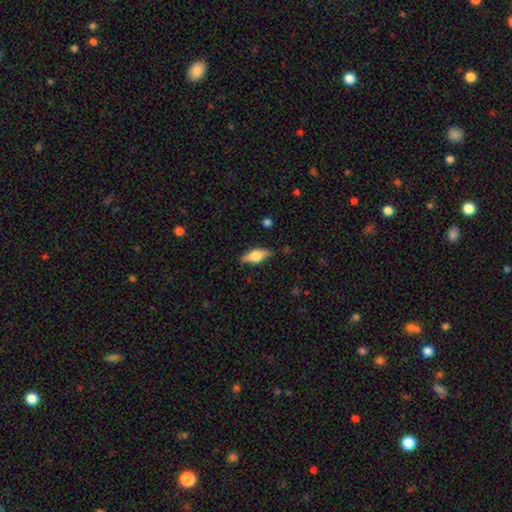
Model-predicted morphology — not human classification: Q: Smooth or featured?
A: smooth (56%); runner-up: featured or disk (38%)
Q: How rounded?
A: in between (71%); runner-up: cigar-shaped (25%)
Q: Merging?
A: none (86%); runner-up: minor disturbance (11%)